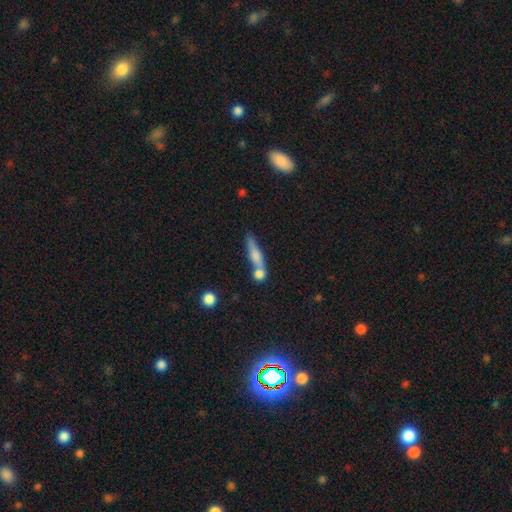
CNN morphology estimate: A smooth galaxy with no disk features (59%) that is cigar-shaped (77%). Merging: none (47%).